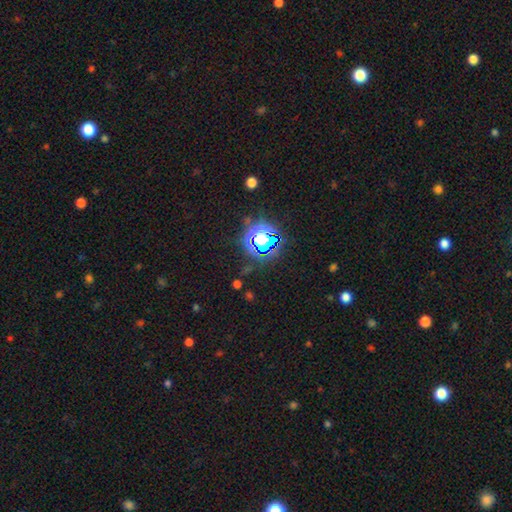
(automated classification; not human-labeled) Smooth or featured: star or artifact — 77% (smooth — 16%)